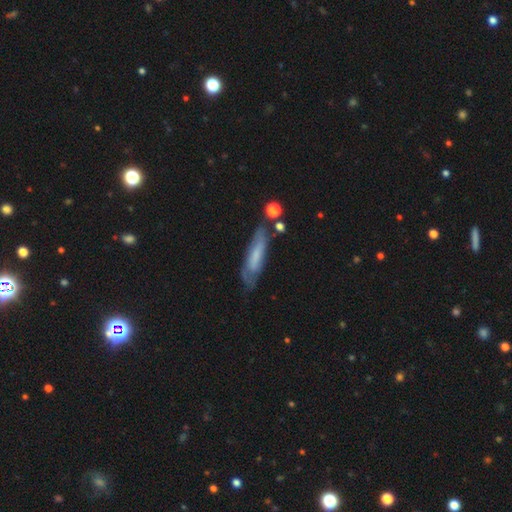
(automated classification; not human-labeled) This appears to be a featured or disk galaxy (48%). Merging: none (61%).